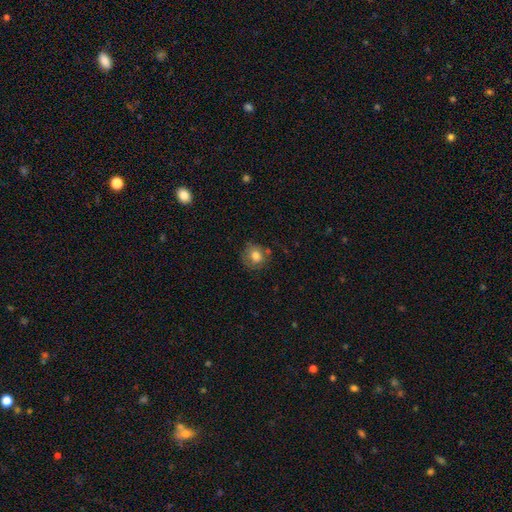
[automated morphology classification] A smooth galaxy with no disk features (77%) that is round (83%).

Vote fractions:
- Smooth or featured? smooth: 77% / featured or disk: 14% / star or artifact: 9%
- How rounded? round: 83% / in between: 16% / cigar-shaped: 1%
- Merging? none: 67% / minor disturbance: 21% / major disturbance: 7% / merger: 6%